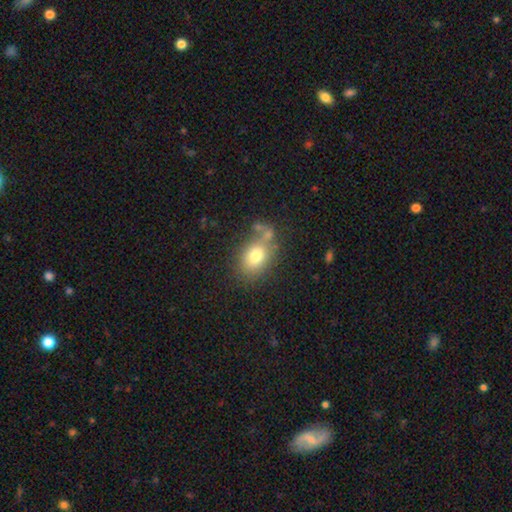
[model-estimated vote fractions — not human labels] Morphology: type=smooth (76%); roundness=in between (65%); merging=none (56%).